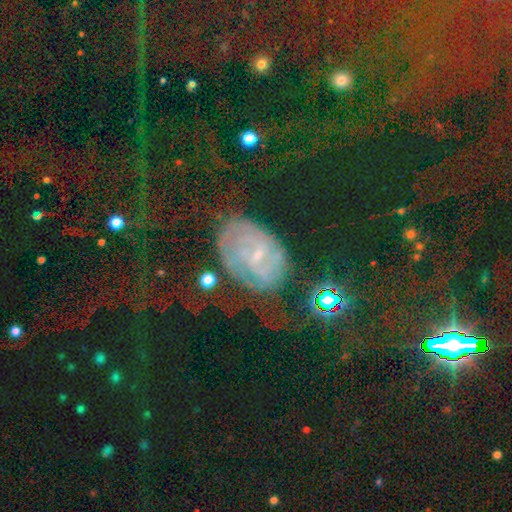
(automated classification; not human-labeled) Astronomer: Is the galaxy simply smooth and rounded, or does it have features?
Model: featured or disk — 43% (runner-up: star or artifact, 32%).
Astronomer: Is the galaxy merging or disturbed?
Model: none — 60%.